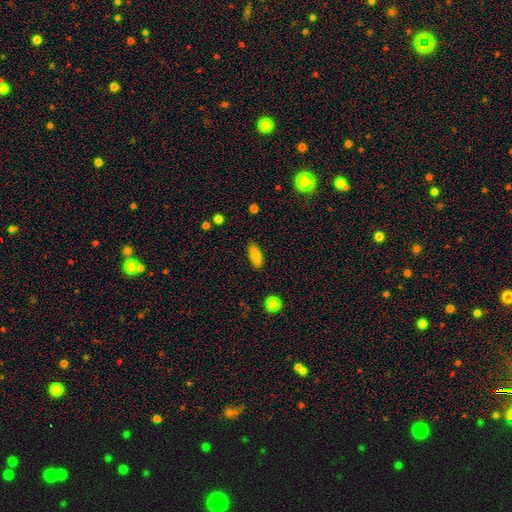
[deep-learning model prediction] The model was most divided on "how rounded": in between: 76%, cigar-shaped: 22%, round: 2%. More confident: merging — none (87%); smooth or featured — smooth (85%).